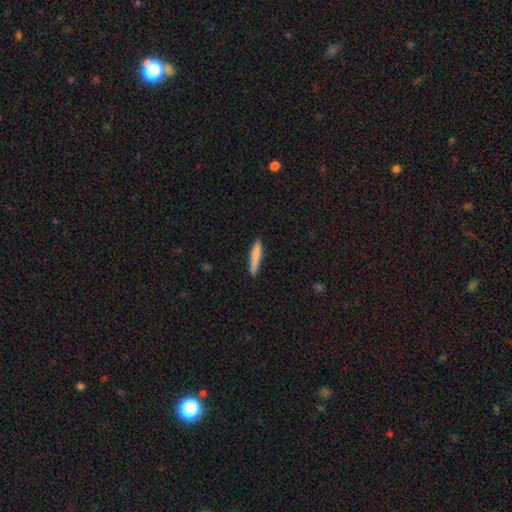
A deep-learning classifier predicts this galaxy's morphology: Smooth or featured? Predicted: smooth (p=0.80). How rounded? Predicted: cigar-shaped (p=0.91). Merging? Predicted: none (p=0.86).